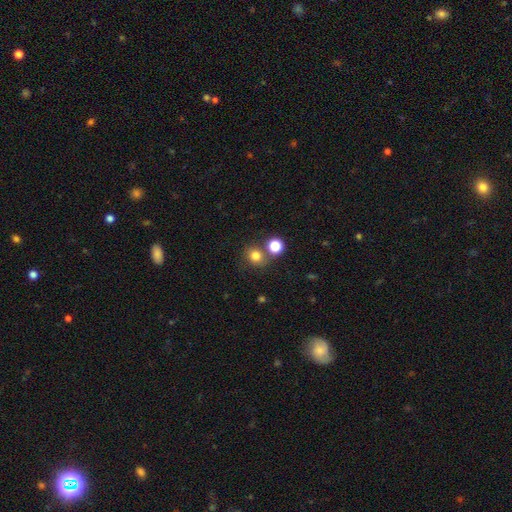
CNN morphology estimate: smooth 79%, star or artifact 14%, featured or disk 7%. Down the decision tree: how rounded — round (81%); merging — none (67%).